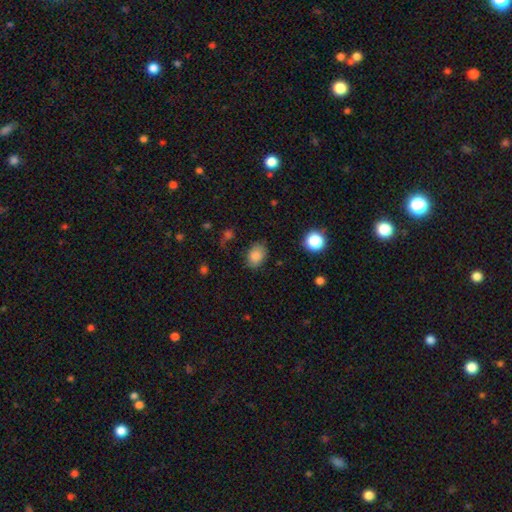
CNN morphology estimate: Smooth or featured? smooth (83%)
How rounded? in between (76%)
Merging? none (76%)